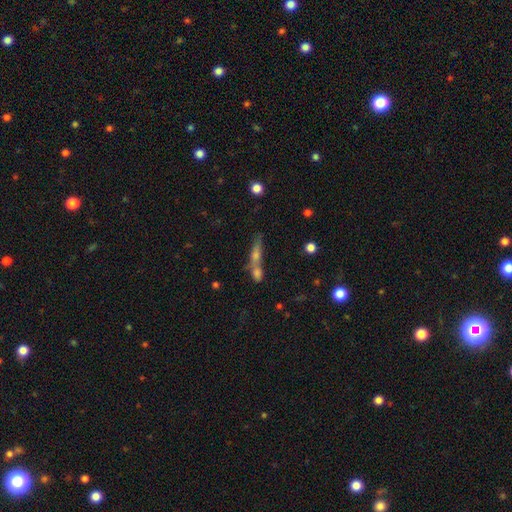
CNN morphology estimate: The model was most divided on "smooth or featured": smooth: 43%, featured or disk: 41%, star or artifact: 16%. Remaining: merging — none (44%).